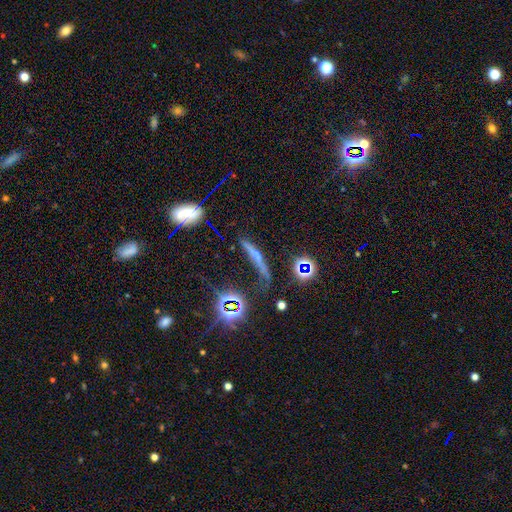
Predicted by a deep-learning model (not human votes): This appears to be a smooth galaxy with no disk features (38%). Merging: none (51%).